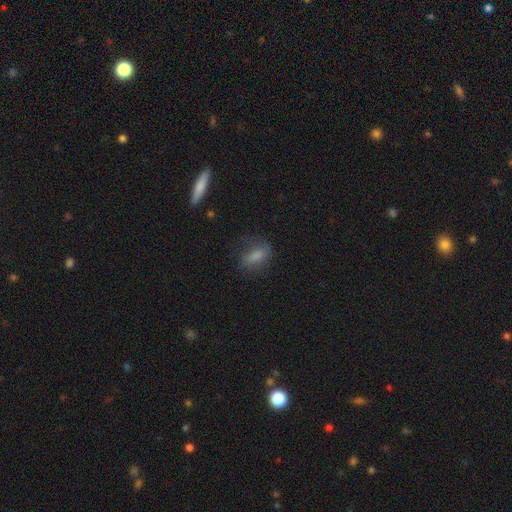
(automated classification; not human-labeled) The model was most divided on "merging": none: 52%, minor disturbance: 26%, major disturbance: 20%, merger: 2%. More confident: how rounded — in between (79%); smooth or featured — smooth (66%).